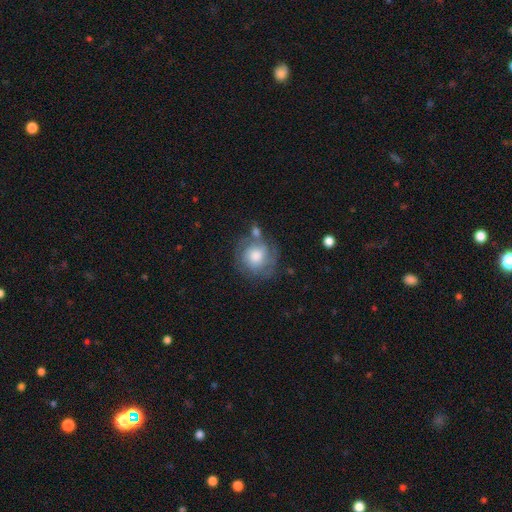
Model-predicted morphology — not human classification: A featured or disk galaxy (50%). Merging: none (59%).